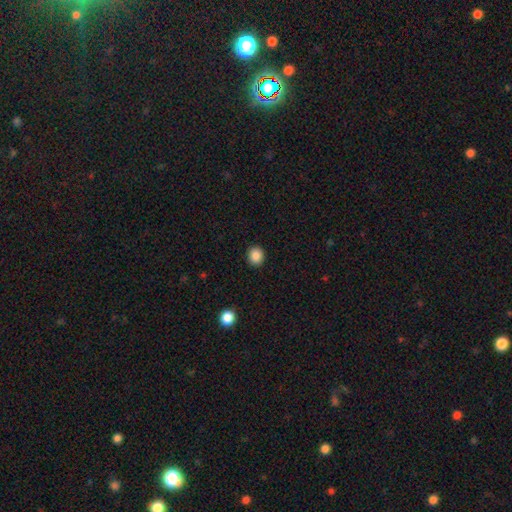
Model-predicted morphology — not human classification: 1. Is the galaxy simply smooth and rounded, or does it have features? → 87% smooth, 9% star or artifact, 3% featured or disk.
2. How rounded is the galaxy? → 75% round, 24% in between, 1% cigar-shaped.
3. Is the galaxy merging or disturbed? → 92% none, 6% minor disturbance, 2% major disturbance, 1% merger.